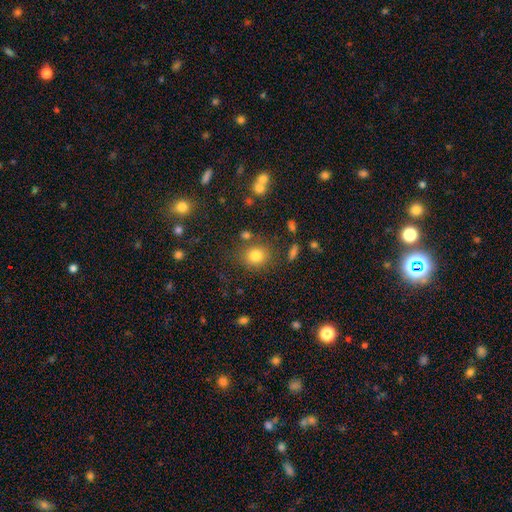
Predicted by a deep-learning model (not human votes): This appears to be a smooth galaxy with no disk features (79%) that is round (78%). Merging: none (78%).